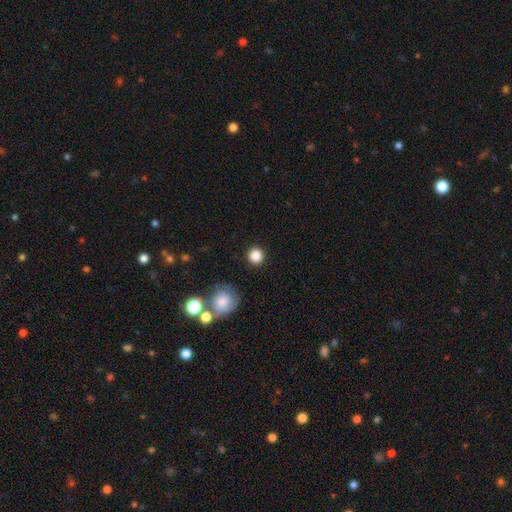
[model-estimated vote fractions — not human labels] smooth-or-featured: smooth: 86% | star or artifact: 10% | featured or disk: 4%
  how-rounded: round: 93% | in between: 6% | cigar-shaped: 1%
  merging: none: 88% | minor disturbance: 7% | major disturbance: 3% | merger: 2%